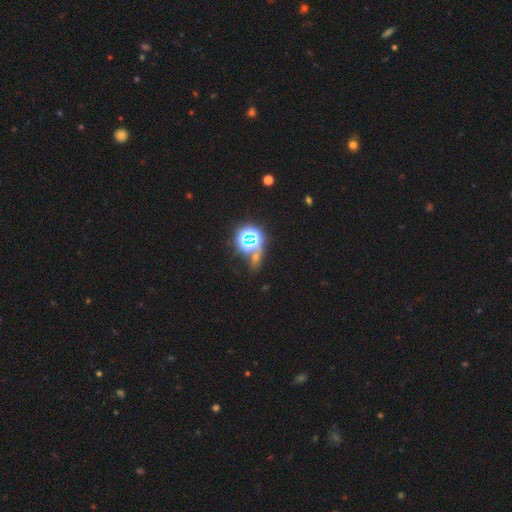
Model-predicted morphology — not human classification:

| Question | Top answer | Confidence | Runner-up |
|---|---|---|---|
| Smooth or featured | star or artifact | 69% | smooth (20%) |